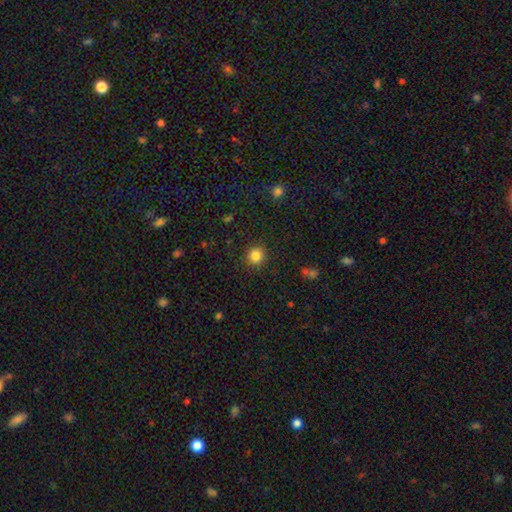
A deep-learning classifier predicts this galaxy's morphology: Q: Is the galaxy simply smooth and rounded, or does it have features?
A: smooth — 85%.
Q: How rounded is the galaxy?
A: round — 90%.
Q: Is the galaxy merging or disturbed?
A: none — 90%.